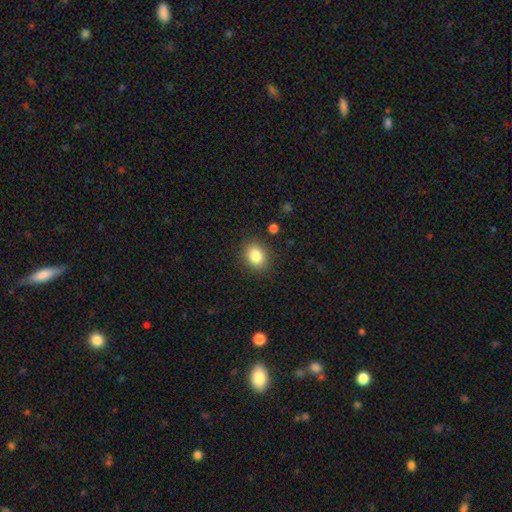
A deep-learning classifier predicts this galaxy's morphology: Smooth or featured?
  - smooth: 83% *
  - star or artifact: 10%
  - featured or disk: 7%
How rounded?
  - in between: 51% *
  - round: 48%
  - cigar-shaped: 1%
Merging?
  - none: 87% *
  - minor disturbance: 9%
  - major disturbance: 3%
  - merger: 2%